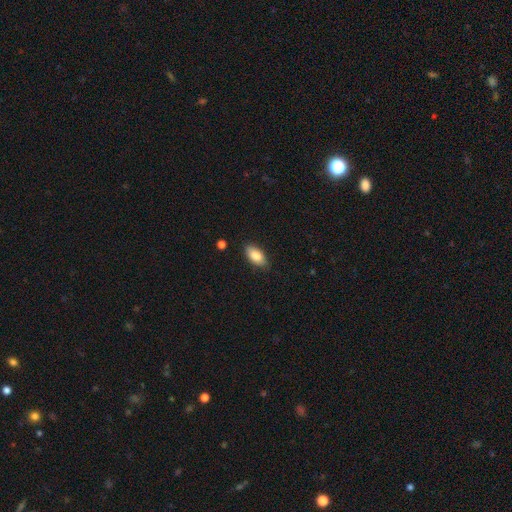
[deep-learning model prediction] Smooth or featured? Predicted: smooth (p=0.85). How rounded? Predicted: in between (p=0.92). Merging? Predicted: none (p=0.85).